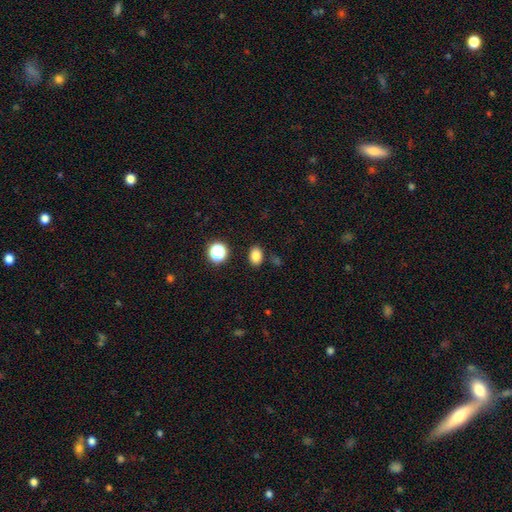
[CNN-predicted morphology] The model was most divided on "how rounded": in between: 75%, round: 24%, cigar-shaped: 1%. More confident: merging — none (84%); smooth or featured — smooth (82%).